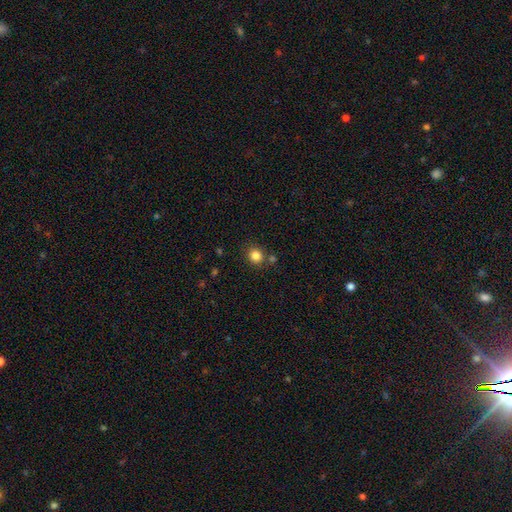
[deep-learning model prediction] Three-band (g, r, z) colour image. It shows a smooth galaxy with no disk features (83%) that is round (85%). Merging: none (81%).